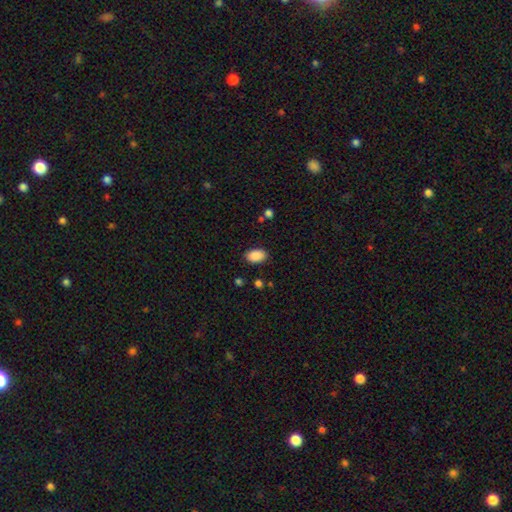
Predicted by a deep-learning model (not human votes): Smooth or featured? smooth (89%)
How rounded? in between (91%)
Merging? none (86%)